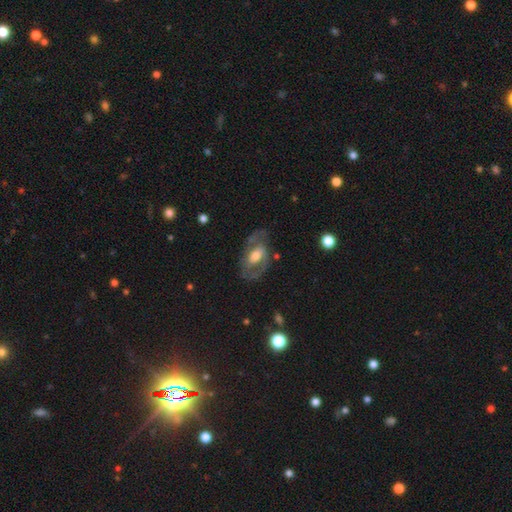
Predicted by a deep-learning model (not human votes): Morphology: type=featured or disk (71%); edge-on=no (94%); bar=no (43%); spiral arms=yes (71%); bulge=moderate (57%); merging=none (66%).